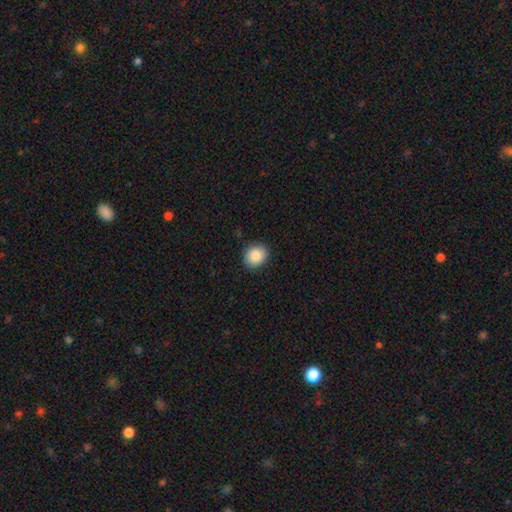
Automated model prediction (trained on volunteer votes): A smooth galaxy with no disk features (87%) that is round (67%). Merging: none (88%).